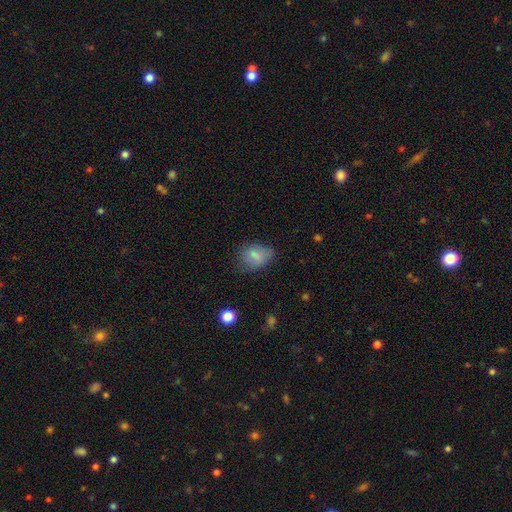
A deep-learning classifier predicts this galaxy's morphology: A smooth galaxy with no disk features (79%) that is in between round and cigar-shaped (73%).

Vote fractions:
- Smooth or featured? smooth: 79% / featured or disk: 12% / star or artifact: 9%
- How rounded? in between: 73% / round: 25% / cigar-shaped: 2%
- Merging? none: 60% / minor disturbance: 28% / major disturbance: 10% / merger: 2%